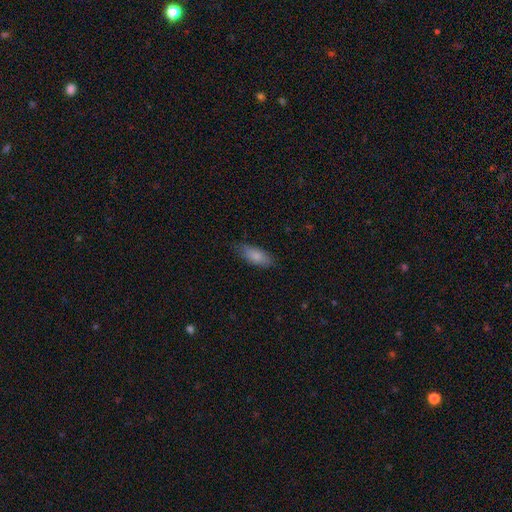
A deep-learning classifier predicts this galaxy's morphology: The model was most divided on "merging": none: 76%, minor disturbance: 19%, major disturbance: 4%, merger: 1%. More confident: smooth or featured — smooth (85%); how rounded — in between (81%).